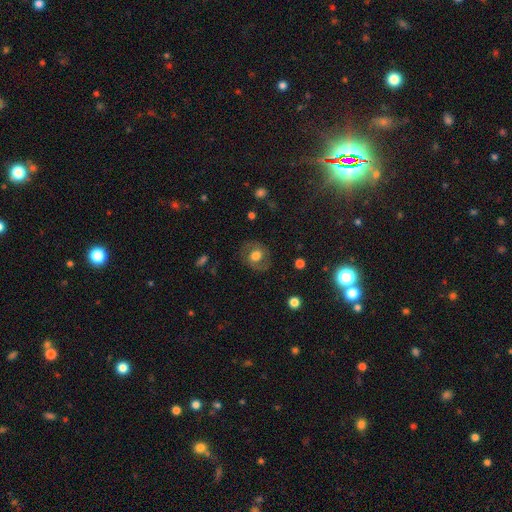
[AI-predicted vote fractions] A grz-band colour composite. It shows a smooth galaxy with no disk features (53%) that is round (71%). Merging: none (79%).